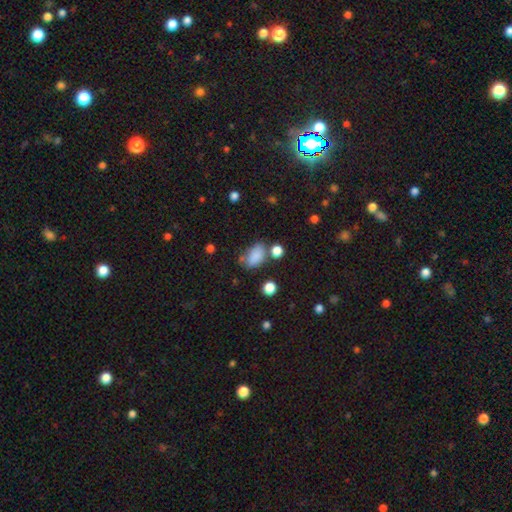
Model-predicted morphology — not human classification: The model was most divided on "merging": none: 54%, minor disturbance: 23%, merger: 14%, major disturbance: 9%. More confident: how rounded — in between (86%); smooth or featured — smooth (83%).